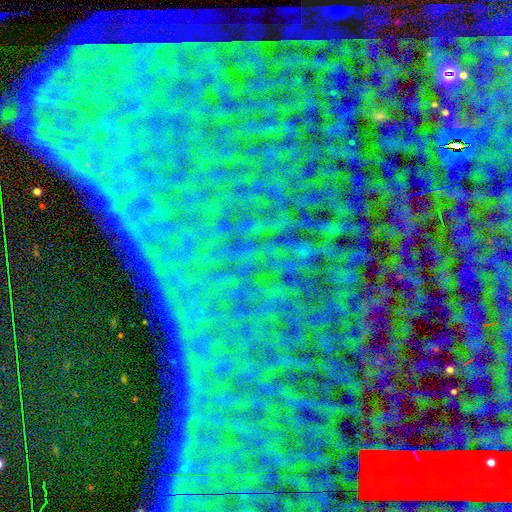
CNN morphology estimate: This appears to be a star or artifact, not a galaxy (83%).